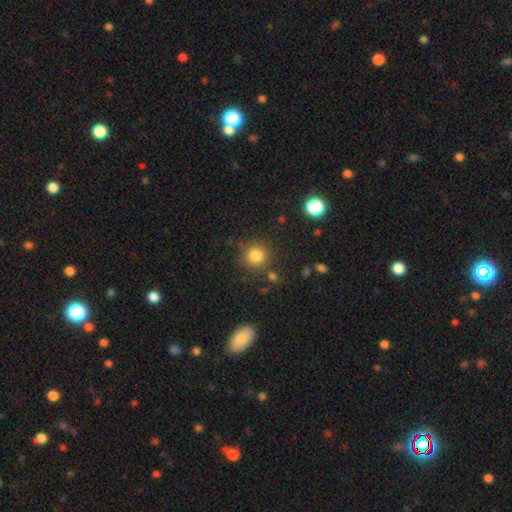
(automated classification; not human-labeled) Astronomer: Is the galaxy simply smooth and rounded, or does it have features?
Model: smooth — 83%.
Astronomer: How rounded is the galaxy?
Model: round — 92%.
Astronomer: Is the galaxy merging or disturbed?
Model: none — 83%.